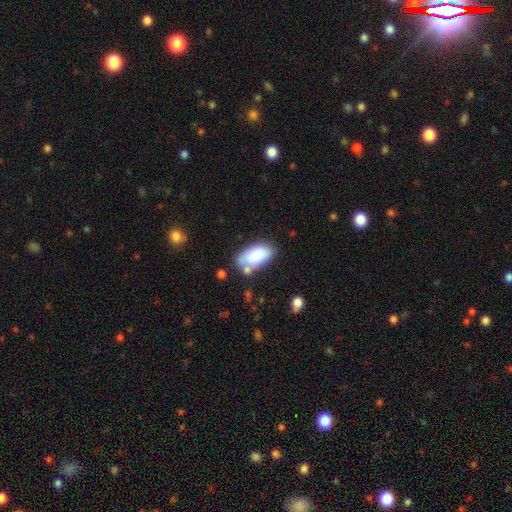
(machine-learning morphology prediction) A smooth galaxy with no disk features (81%) that is in between round and cigar-shaped (94%).

Vote fractions:
- Smooth or featured? smooth: 81% / featured or disk: 12% / star or artifact: 7%
- How rounded? in between: 94% / cigar-shaped: 4% / round: 3%
- Merging? none: 56% / minor disturbance: 21% / merger: 16% / major disturbance: 7%